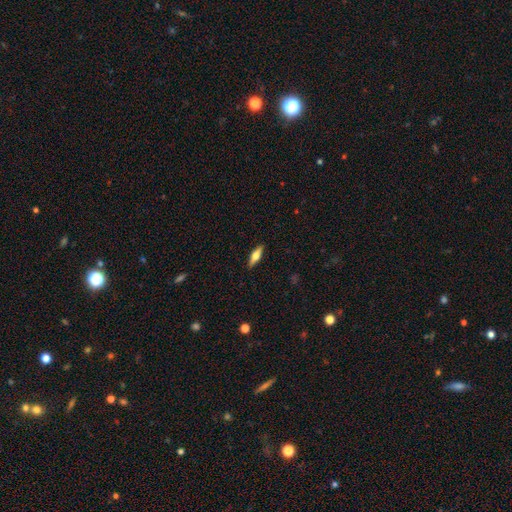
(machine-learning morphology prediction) A featured or disk galaxy (48%).

Vote fractions:
- Smooth or featured? featured or disk: 48% / smooth: 45% / star or artifact: 6%
- Merging? none: 89% / minor disturbance: 8% / major disturbance: 2% / merger: 1%